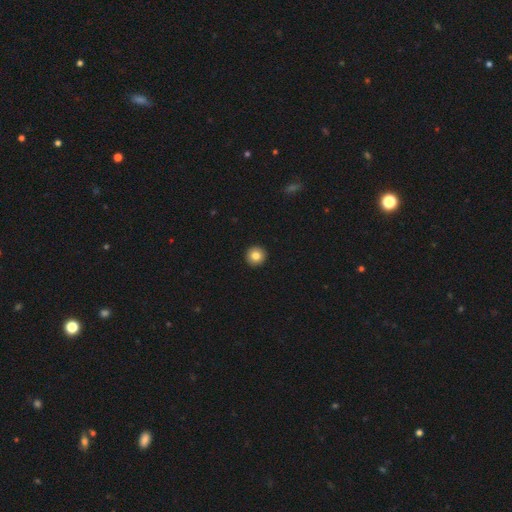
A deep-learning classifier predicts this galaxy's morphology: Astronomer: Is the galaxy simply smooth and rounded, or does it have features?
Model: smooth — 83%.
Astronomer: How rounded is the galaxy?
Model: round — 96%.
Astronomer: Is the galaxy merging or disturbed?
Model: none — 94%.